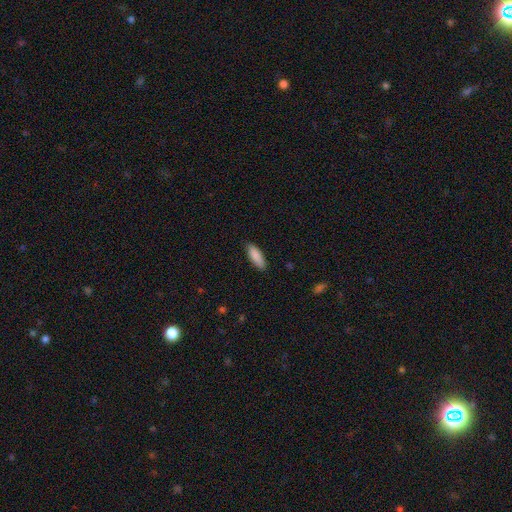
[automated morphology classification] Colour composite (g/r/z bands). It shows a smooth galaxy with no disk features (88%) that is in between round and cigar-shaped (56%). Merging: none (86%).